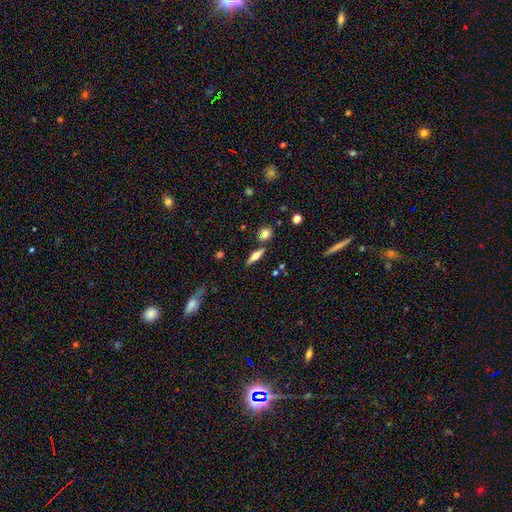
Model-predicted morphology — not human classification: This is possibly a featured or disk galaxy (49%). Merging: likely none (78%).